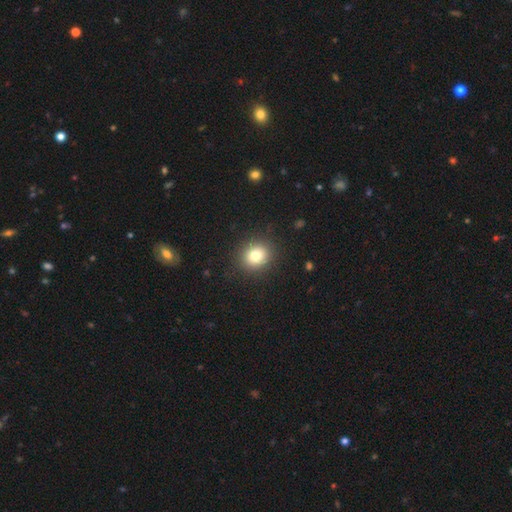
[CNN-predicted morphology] Smooth or featured? smooth (81%)
How rounded? round (78%)
Merging? none (89%)